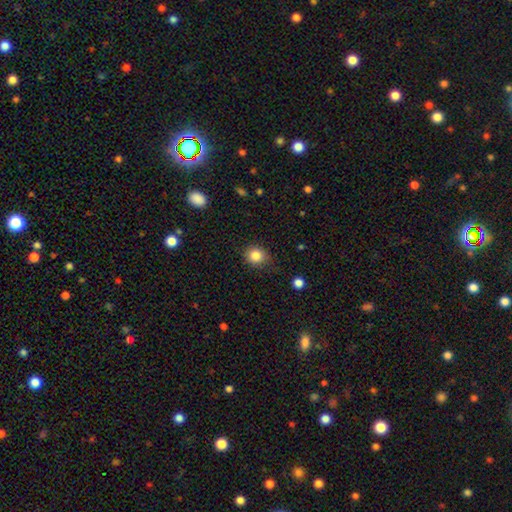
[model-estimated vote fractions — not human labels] This is clearly a smooth galaxy (84%). How rounded: clearly round (84%). Merging: clearly none (83%).